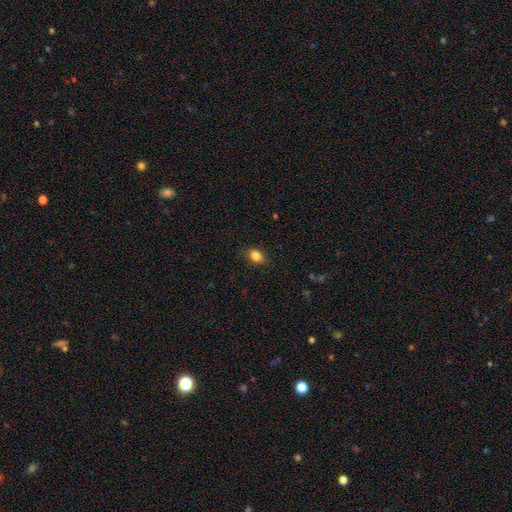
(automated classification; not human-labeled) Smooth or featured? smooth (84%)
How rounded? in between (73%)
Merging? none (84%)